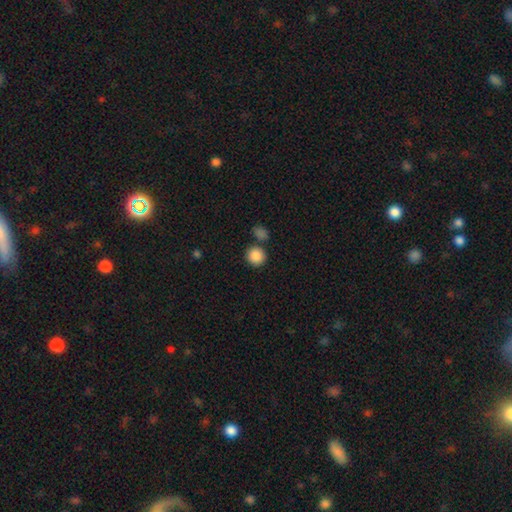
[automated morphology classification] A smooth galaxy with no disk features (87%) that is round (91%). Merging: none (77%).